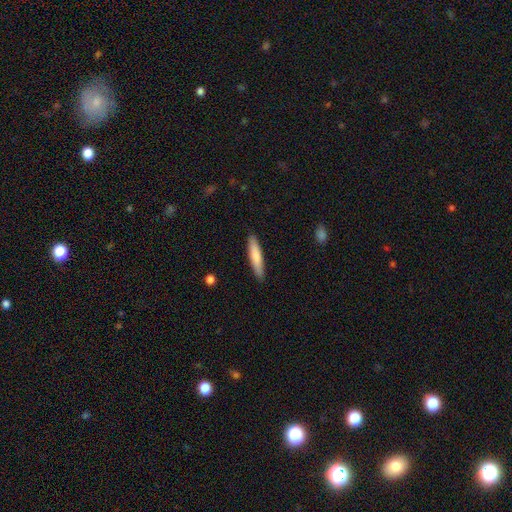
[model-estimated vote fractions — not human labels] This is likely a smooth galaxy (77%). How rounded: clearly cigar-shaped (87%). Merging: clearly none (89%).